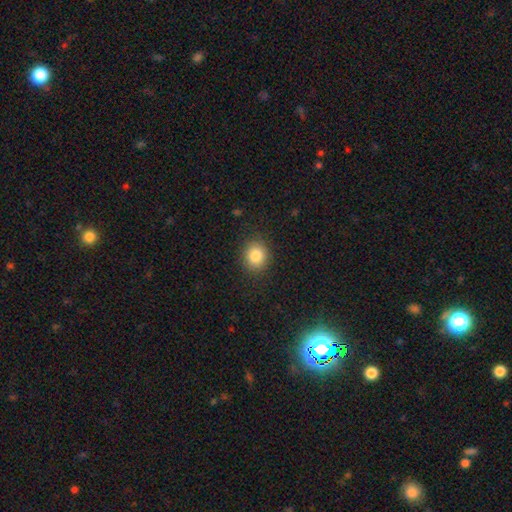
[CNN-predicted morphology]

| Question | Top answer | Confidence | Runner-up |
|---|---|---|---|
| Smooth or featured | smooth | 84% | star or artifact (10%) |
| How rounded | round | 74% | in between (25%) |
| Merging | none | 89% | minor disturbance (8%) |